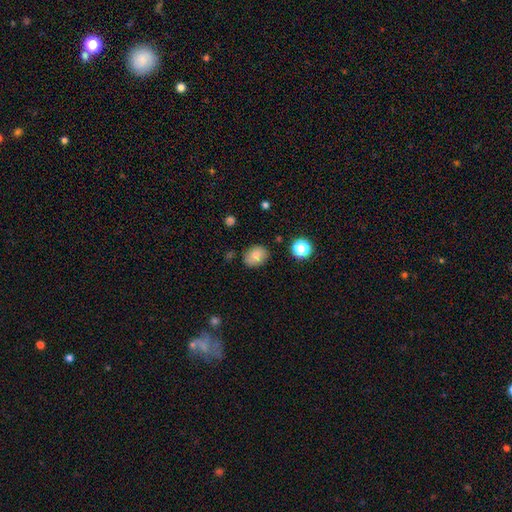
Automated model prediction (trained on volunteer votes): This is likely a smooth galaxy (80%). How rounded: likely in between (63%). Merging: clearly none (81%).